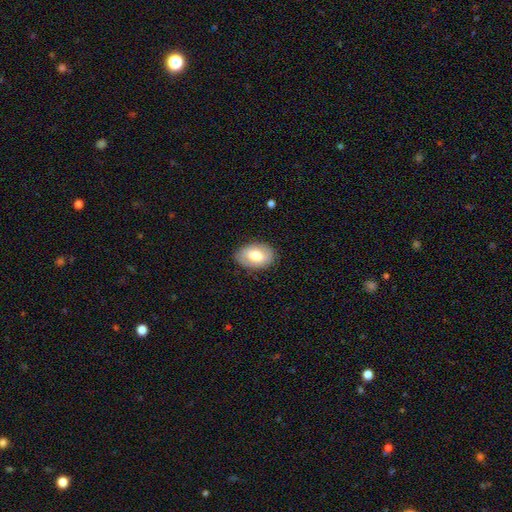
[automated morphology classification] A smooth galaxy with no disk features (70%) that is in between round and cigar-shaped (86%).

Vote fractions:
- Smooth or featured? smooth: 70% / featured or disk: 24% / star or artifact: 7%
- How rounded? in between: 86% / round: 13% / cigar-shaped: 1%
- Merging? none: 85% / minor disturbance: 11% / major disturbance: 3% / merger: 1%